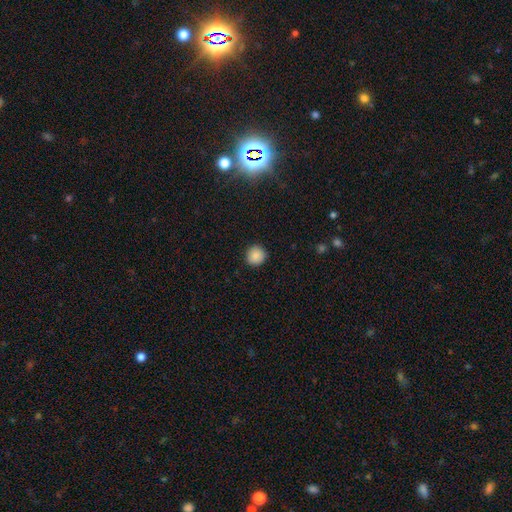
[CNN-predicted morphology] smooth_or_featured: smooth (p=0.88) [alt: star or artifact p=0.09]
how_rounded: round (p=0.93) [alt: in between p=0.06]
merging: none (p=0.91) [alt: minor disturbance p=0.06]